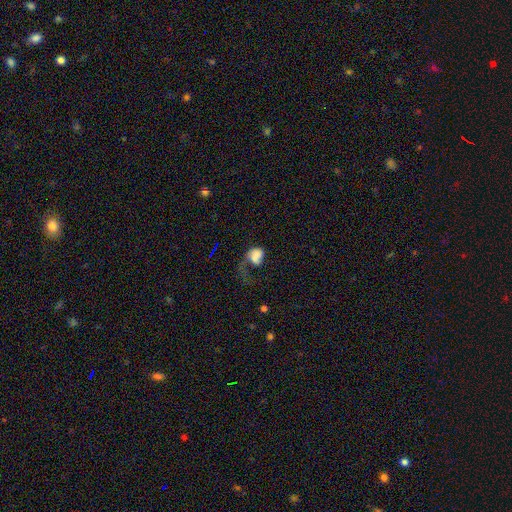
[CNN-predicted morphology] Q: Smooth or featured?
A: smooth (59%); runner-up: featured or disk (31%)
Q: How rounded?
A: in between (59%); runner-up: round (39%)
Q: Merging?
A: major disturbance (60%); runner-up: none (18%)